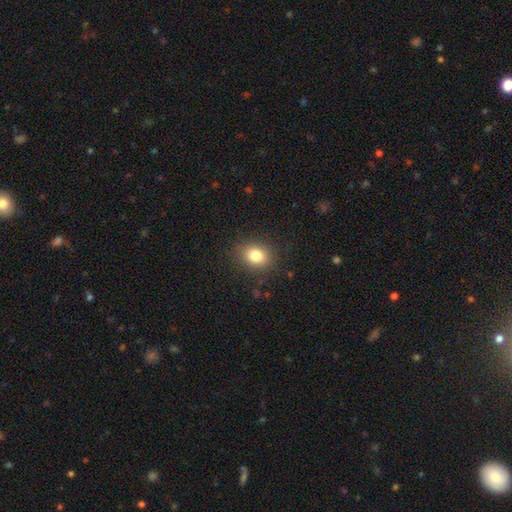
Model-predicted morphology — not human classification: smooth 81%, star or artifact 11%, featured or disk 8%. Down the decision tree: how rounded — round (50%); merging — none (86%).